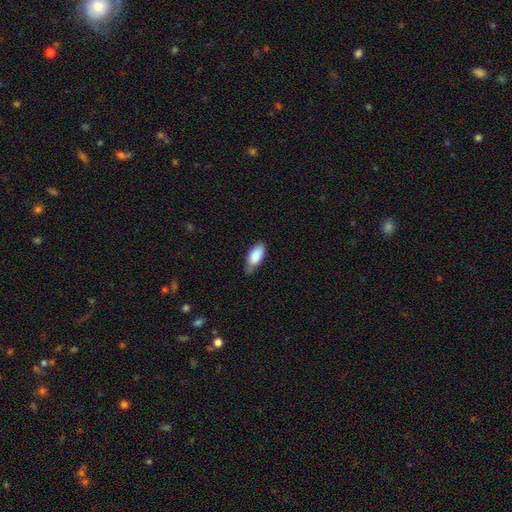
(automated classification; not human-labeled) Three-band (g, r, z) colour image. It shows a smooth galaxy with no disk features (86%) that is in between round and cigar-shaped (89%). Merging: none (55%).